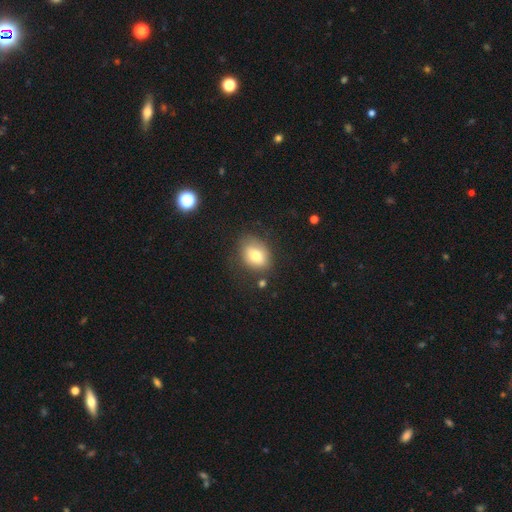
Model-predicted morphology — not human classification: A smooth galaxy with no disk features (77%) that is in between round and cigar-shaped (66%).

Vote fractions:
- Smooth or featured? smooth: 77% / featured or disk: 14% / star or artifact: 9%
- How rounded? in between: 66% / round: 33% / cigar-shaped: 1%
- Merging? none: 74% / minor disturbance: 18% / major disturbance: 5% / merger: 3%